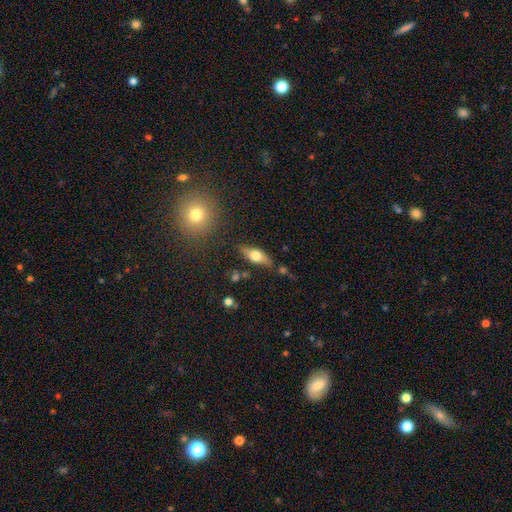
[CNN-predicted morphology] The model was most divided on "smooth or featured": smooth: 56%, featured or disk: 37%, star or artifact: 7%. More confident: merging — none (78%); how rounded — in between (67%).